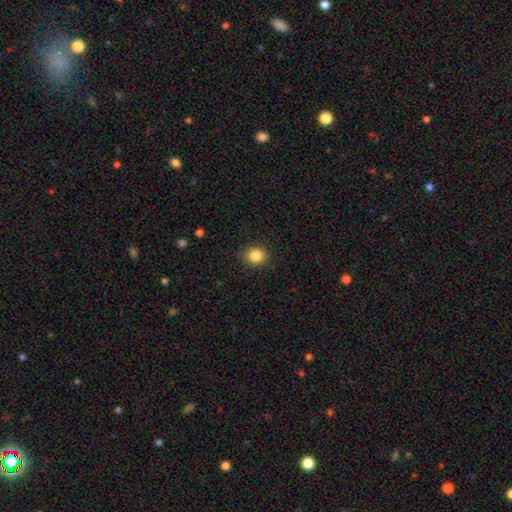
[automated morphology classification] The model was most divided on "how rounded": round: 85%, in between: 14%, cigar-shaped: 1%. More confident: merging — none (87%); smooth or featured — smooth (85%).